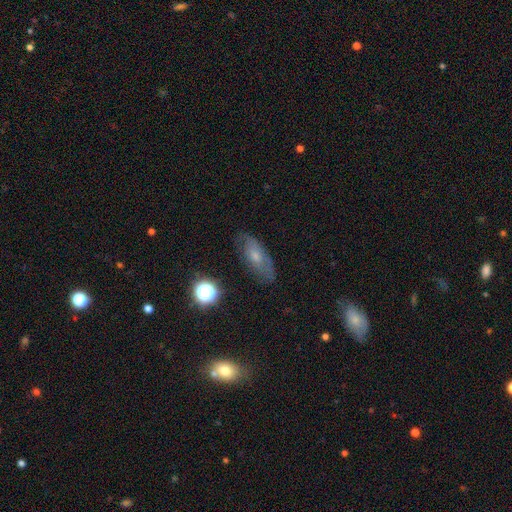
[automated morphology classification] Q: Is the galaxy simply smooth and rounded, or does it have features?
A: smooth — 49%.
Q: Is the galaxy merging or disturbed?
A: none — 70%.